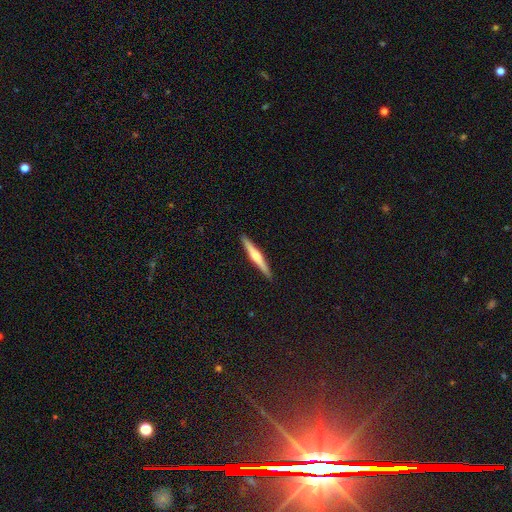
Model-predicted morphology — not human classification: This appears to be a featured or disk galaxy (59%) viewed edge-on (98%) with a rounded central bulge (72%). Merging: none (92%).